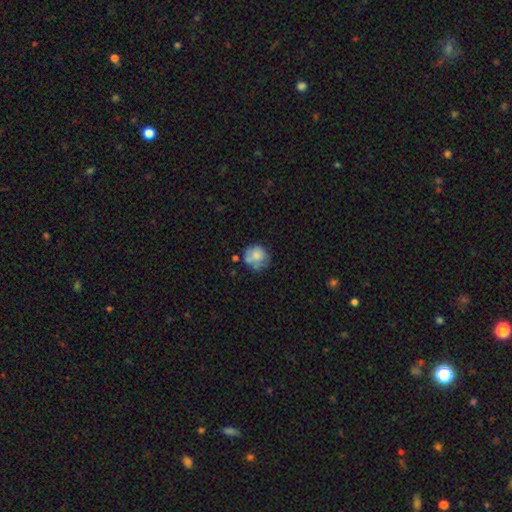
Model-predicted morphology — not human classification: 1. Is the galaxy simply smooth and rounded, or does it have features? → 64% smooth, 27% featured or disk, 8% star or artifact.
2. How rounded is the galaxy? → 83% round, 16% in between, 1% cigar-shaped.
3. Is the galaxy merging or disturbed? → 56% none, 26% minor disturbance, 11% major disturbance, 8% merger.